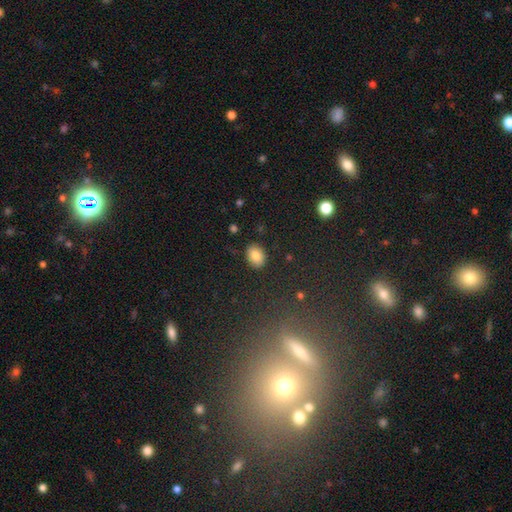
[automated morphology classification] Smooth or featured? Predicted: smooth (p=0.85). How rounded? Predicted: in between (p=0.68). Merging? Predicted: none (p=0.87).